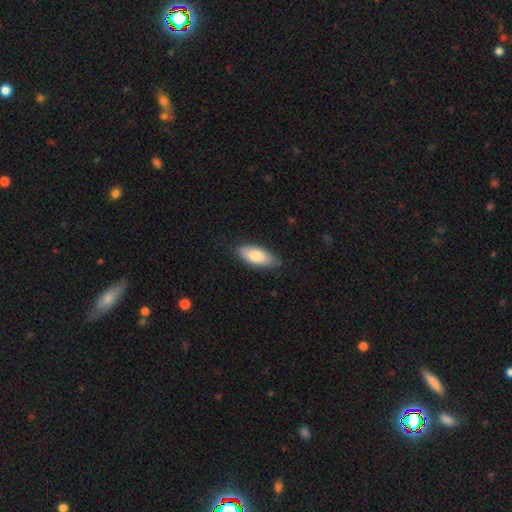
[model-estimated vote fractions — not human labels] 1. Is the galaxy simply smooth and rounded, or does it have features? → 82% smooth, 13% featured or disk, 5% star or artifact.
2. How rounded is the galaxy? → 85% in between, 13% cigar-shaped, 2% round.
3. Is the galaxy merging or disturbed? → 81% none, 16% minor disturbance, 3% major disturbance, 1% merger.